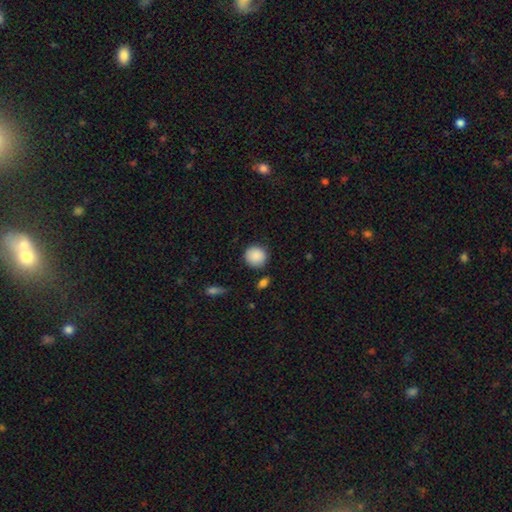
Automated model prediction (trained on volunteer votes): Smooth or featured: smooth — 89% (star or artifact — 7%)
How rounded: round — 89% (in between — 10%)
Merging: none — 85% (minor disturbance — 10%)